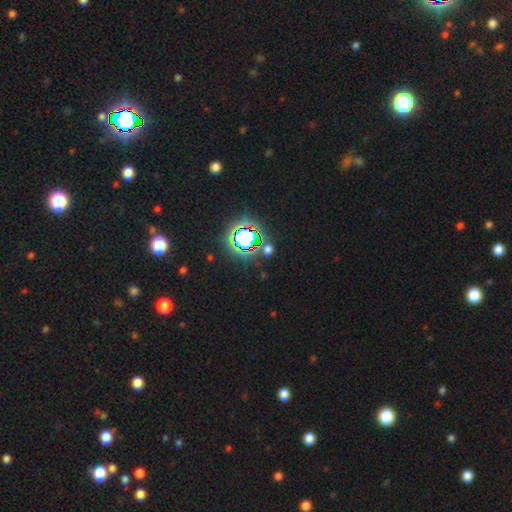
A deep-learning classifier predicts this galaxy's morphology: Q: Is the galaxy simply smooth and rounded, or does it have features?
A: star or artifact — 80%.